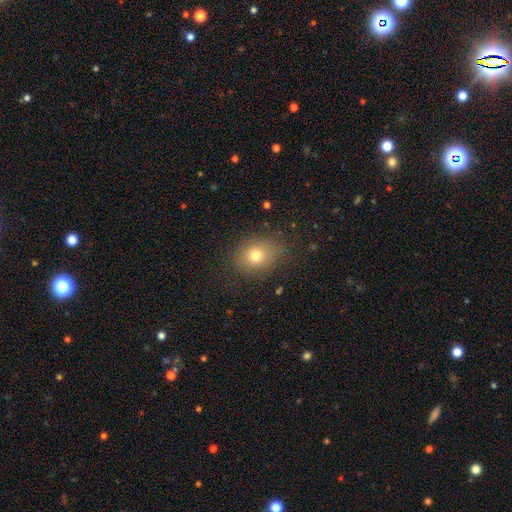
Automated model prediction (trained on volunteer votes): Smooth or featured? Predicted: smooth (p=0.76). How rounded? Predicted: in between (p=0.50). Merging? Predicted: none (p=0.81).